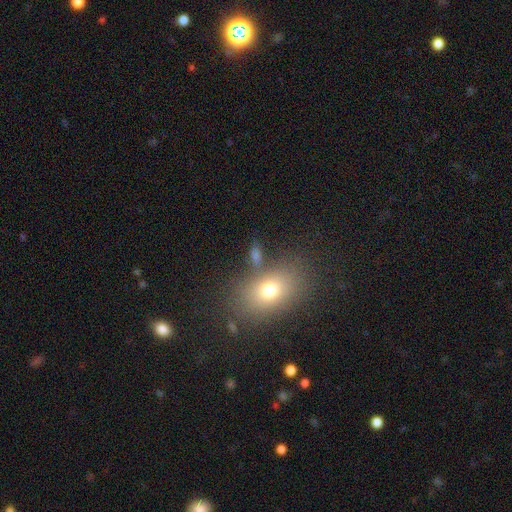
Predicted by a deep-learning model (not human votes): smooth_or_featured: smooth (p=0.70) [alt: star or artifact p=0.15]
how_rounded: in between (p=0.74) [alt: round p=0.21]
merging: none (p=0.69) [alt: minor disturbance p=0.13]